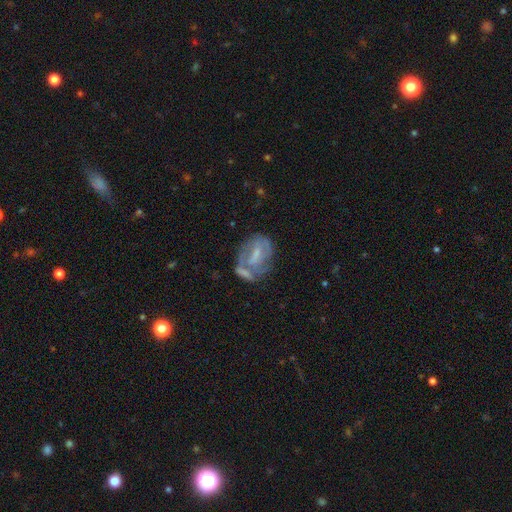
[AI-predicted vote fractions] This is likely a featured or disk galaxy (65%). It is clearly not viewed edge-on (95%). Bar: possibly weak (46%). Spiral arm pattern: likely yes (62%). Central bulge: possibly small (47%). Merging: marginally none (43%).